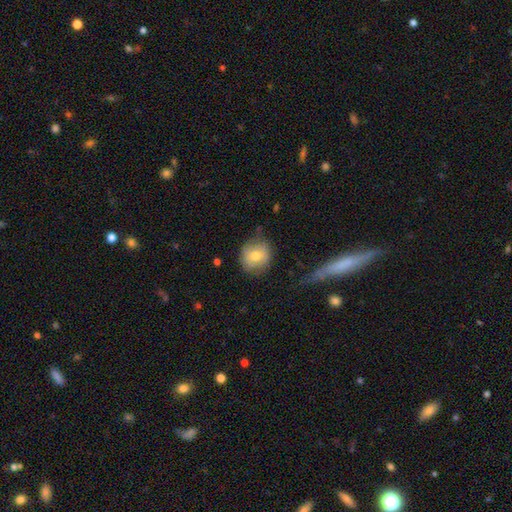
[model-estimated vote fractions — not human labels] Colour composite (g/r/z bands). It shows a smooth galaxy with no disk features (70%) that is round (82%). Merging: none (69%).